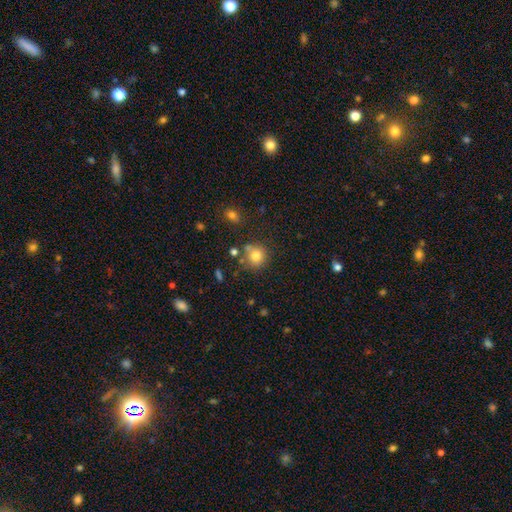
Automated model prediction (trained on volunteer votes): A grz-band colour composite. It shows a smooth galaxy with no disk features (79%) that is round (88%). Merging: none (68%).